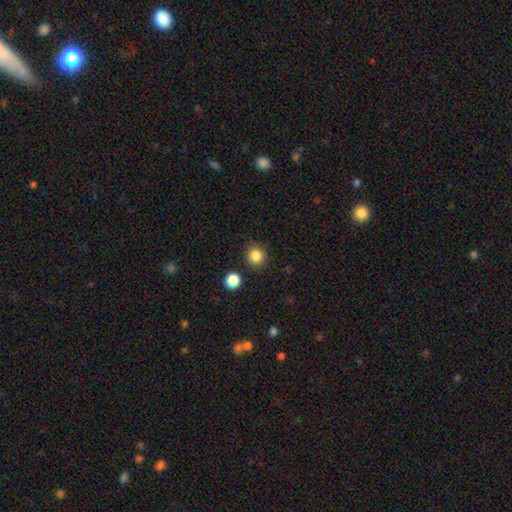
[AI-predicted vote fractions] smooth 85%, star or artifact 11%, featured or disk 4%. Down the decision tree: how rounded — round (92%); merging — none (88%).